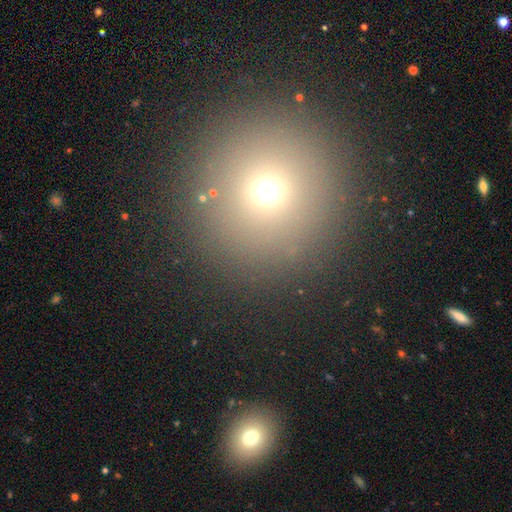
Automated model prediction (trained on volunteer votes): Smooth or featured? Predicted: smooth (p=0.67). How rounded? Predicted: round (p=0.95). Merging? Predicted: none (p=0.89).